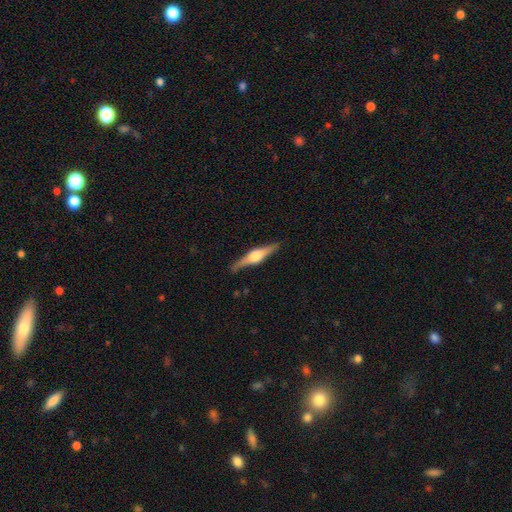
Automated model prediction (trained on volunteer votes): This appears to be a featured or disk galaxy (74%) viewed edge-on (97%) with a rounded central bulge (86%). Merging: none (87%).